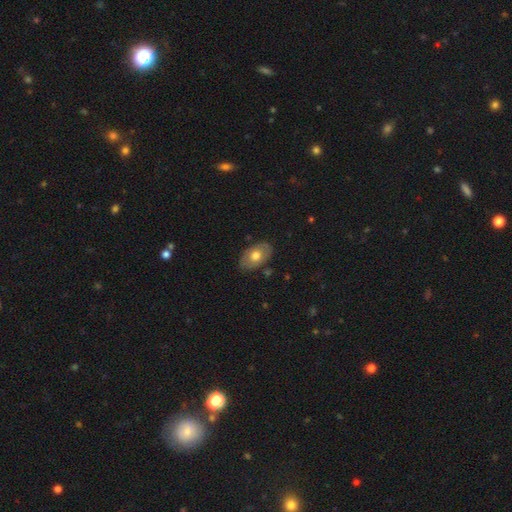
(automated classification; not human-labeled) A smooth galaxy with no disk features (58%) that is in between round and cigar-shaped (88%). Merging: none (80%).